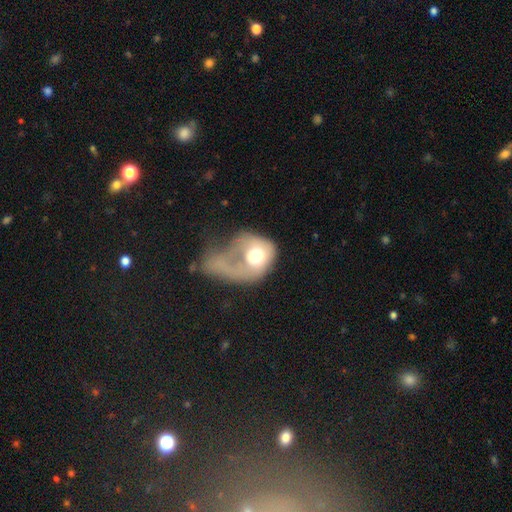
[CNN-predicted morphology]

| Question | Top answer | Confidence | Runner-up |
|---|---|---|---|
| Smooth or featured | smooth | 50% | featured or disk (43%) |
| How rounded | in between | 51% | round (48%) |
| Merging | major disturbance | 64% | merger (14%) |